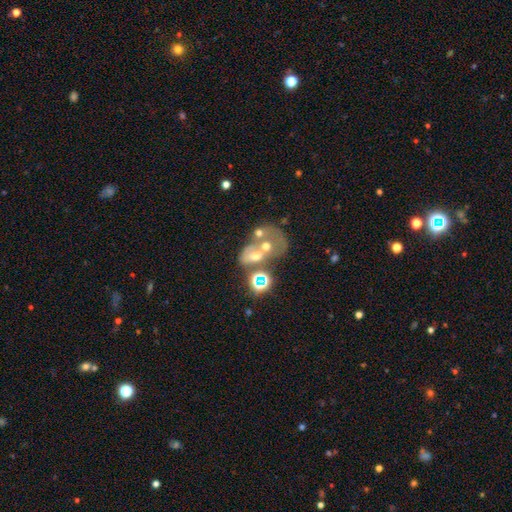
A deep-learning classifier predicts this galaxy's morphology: This appears to be a star or artifact, not a galaxy (38%).